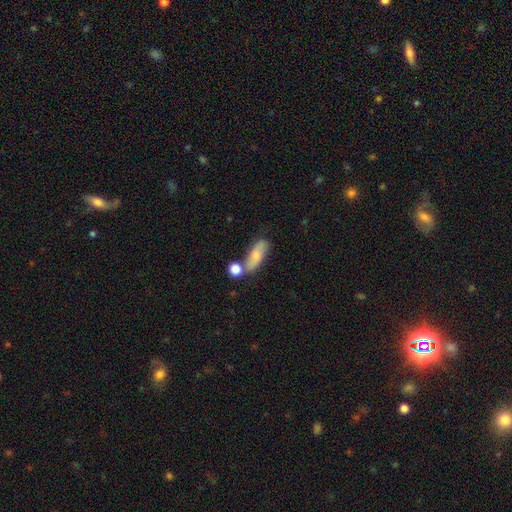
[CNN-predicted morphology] Smooth or featured?
  - smooth: 70% *
  - featured or disk: 23%
  - star or artifact: 8%
How rounded?
  - in between: 66% *
  - cigar-shaped: 29%
  - round: 5%
Merging?
  - none: 57% *
  - merger: 20%
  - minor disturbance: 17%
  - major disturbance: 5%